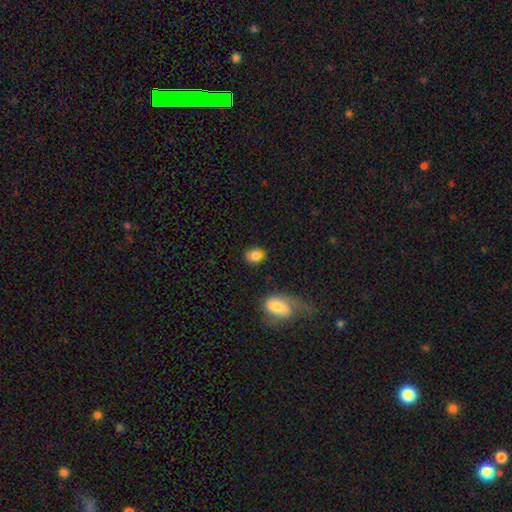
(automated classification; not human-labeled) Smooth or featured? Predicted: smooth (p=0.83). How rounded? Predicted: round (p=0.60). Merging? Predicted: none (p=0.72).